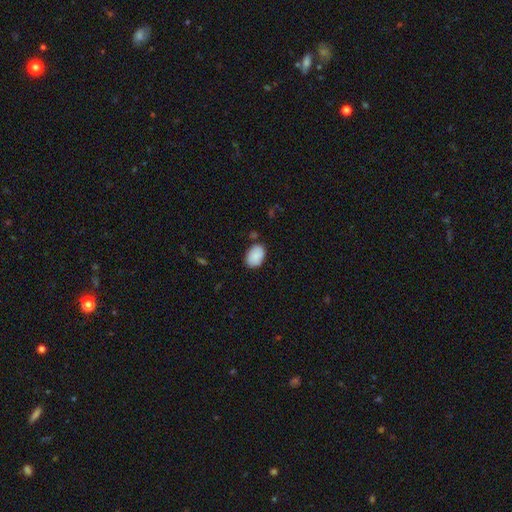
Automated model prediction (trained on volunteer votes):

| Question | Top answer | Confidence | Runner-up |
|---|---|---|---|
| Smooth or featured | smooth | 88% | star or artifact (6%) |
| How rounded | in between | 86% | round (13%) |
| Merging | none | 77% | minor disturbance (16%) |